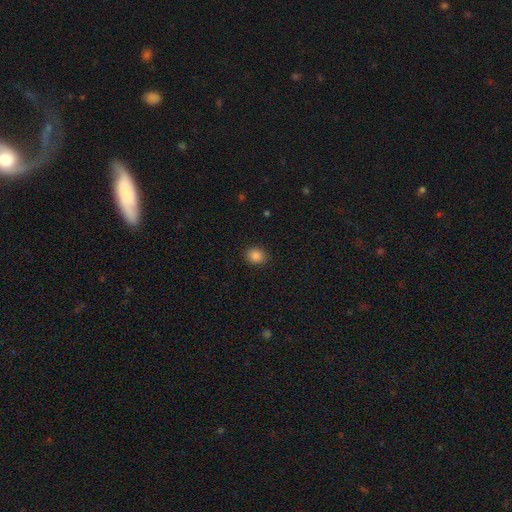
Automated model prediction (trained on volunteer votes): Smooth or featured: smooth — 85% (star or artifact — 11%)
How rounded: round — 66% (in between — 33%)
Merging: none — 90% (minor disturbance — 7%)